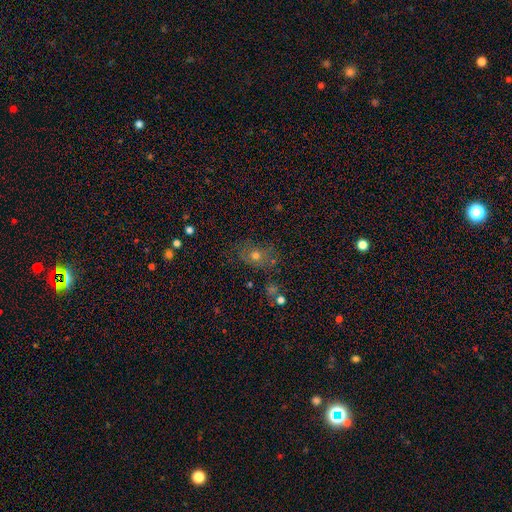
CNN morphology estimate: Smooth or featured: smooth — 57% (star or artifact — 23%)
How rounded: in between — 50% (round — 48%)
Merging: none — 69% (minor disturbance — 18%)